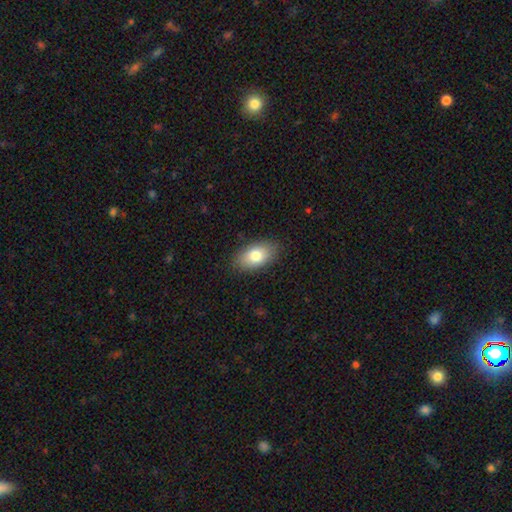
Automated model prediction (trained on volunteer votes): Morphology: type=smooth (80%); roundness=in between (92%); merging=none (85%).